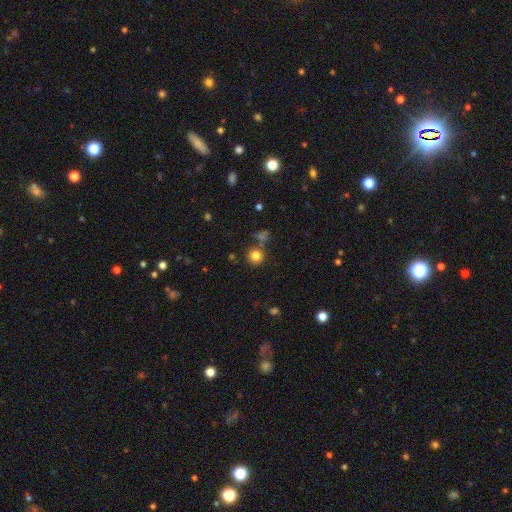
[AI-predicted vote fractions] smooth_or_featured: smooth (p=0.82) [alt: star or artifact p=0.12]
how_rounded: round (p=0.93) [alt: in between p=0.06]
merging: none (p=0.79) [alt: merger p=0.09]